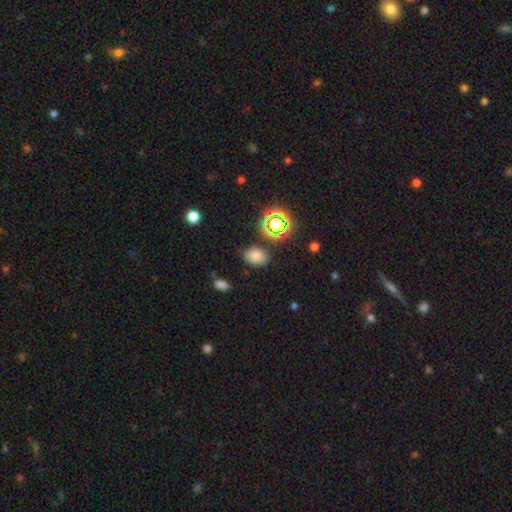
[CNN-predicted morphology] A smooth galaxy with no disk features (76%) that is in between round and cigar-shaped (71%). Merging: none (79%).